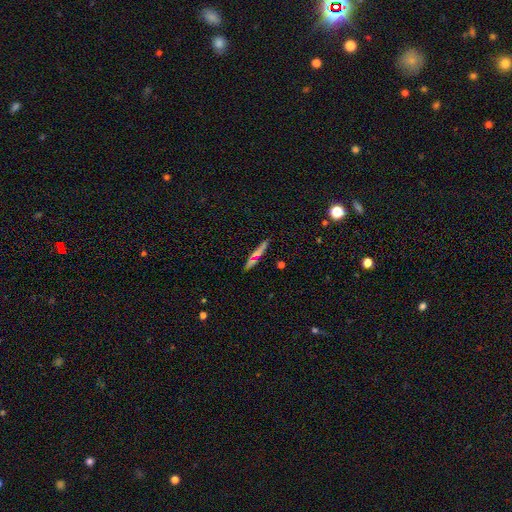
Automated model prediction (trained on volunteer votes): smooth 63%, featured or disk 27%, star or artifact 10%. Down the decision tree: how rounded — cigar-shaped (90%); merging — none (80%).